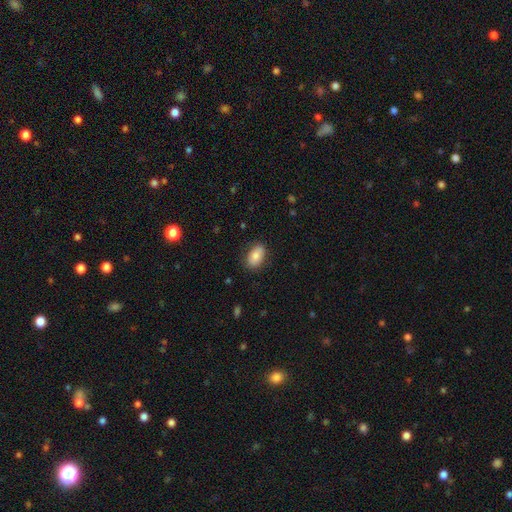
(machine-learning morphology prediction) Smooth or featured? smooth (82%)
How rounded? in between (91%)
Merging? none (82%)